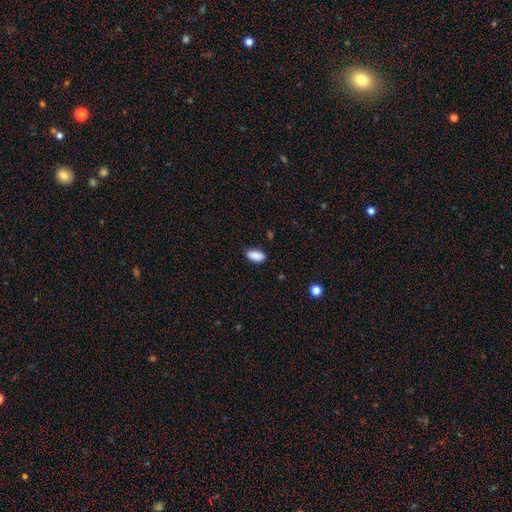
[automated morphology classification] This is clearly a smooth galaxy (89%). How rounded: clearly in between (91%). Merging: clearly none (86%).